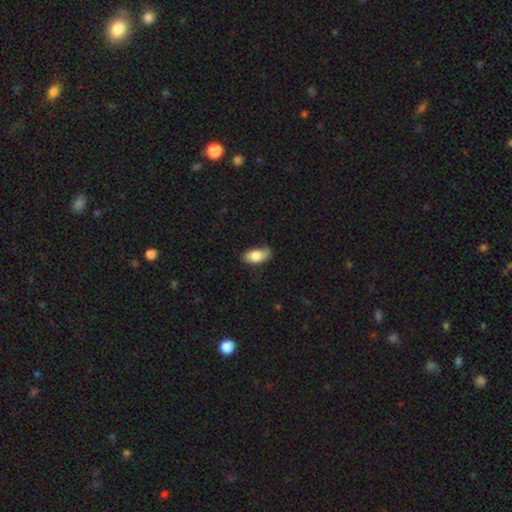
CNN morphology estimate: Smooth or featured?
  - smooth: 78% *
  - featured or disk: 16%
  - star or artifact: 6%
How rounded?
  - in between: 92% *
  - round: 5%
  - cigar-shaped: 3%
Merging?
  - none: 59% *
  - minor disturbance: 31%
  - major disturbance: 8%
  - merger: 2%